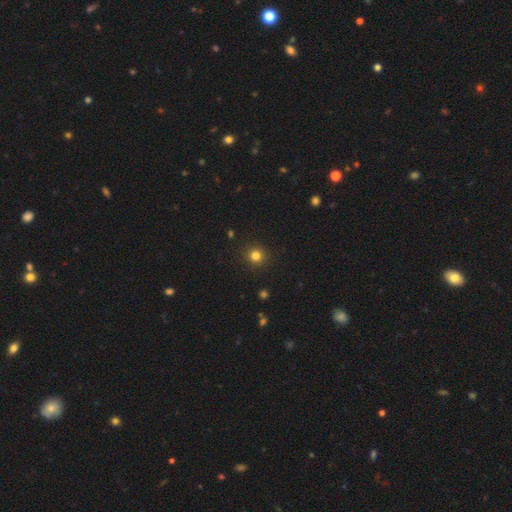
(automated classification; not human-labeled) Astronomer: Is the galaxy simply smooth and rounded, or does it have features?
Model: smooth — 82%.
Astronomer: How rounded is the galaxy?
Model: round — 94%.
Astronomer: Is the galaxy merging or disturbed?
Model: none — 91%.